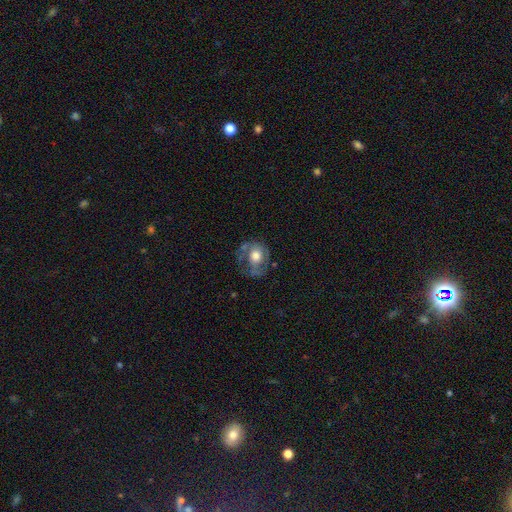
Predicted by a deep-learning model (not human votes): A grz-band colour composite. It shows a featured or disk galaxy (51%). Merging: none (50%).